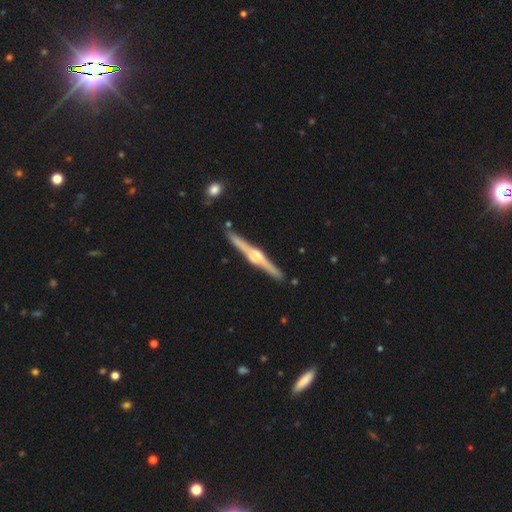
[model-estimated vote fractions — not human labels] This is clearly a featured or disk galaxy (84%). It is clearly viewed edge-on (98%). Edge-on bulge: clearly rounded (83%). Merging: clearly none (89%).